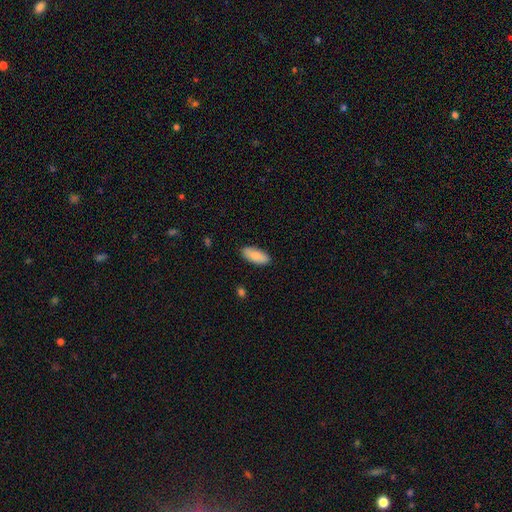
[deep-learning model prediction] This appears to be a smooth galaxy with no disk features (83%) that is in between round and cigar-shaped (85%). Merging: none (87%).